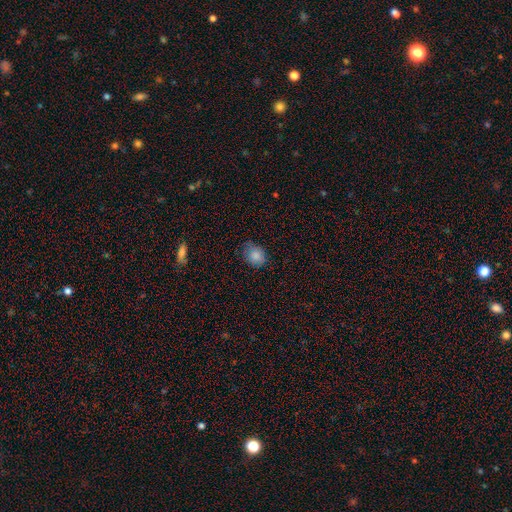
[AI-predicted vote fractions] smooth-or-featured: smooth: 84% | star or artifact: 9% | featured or disk: 7%
  how-rounded: round: 53% | in between: 46% | cigar-shaped: 1%
  merging: none: 68% | minor disturbance: 25% | major disturbance: 5% | merger: 1%